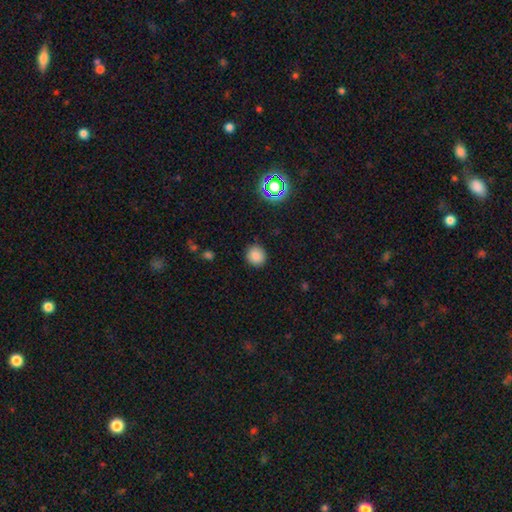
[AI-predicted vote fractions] Smooth or featured: smooth — 84% (star or artifact — 12%)
How rounded: round — 87% (in between — 12%)
Merging: none — 89% (minor disturbance — 8%)